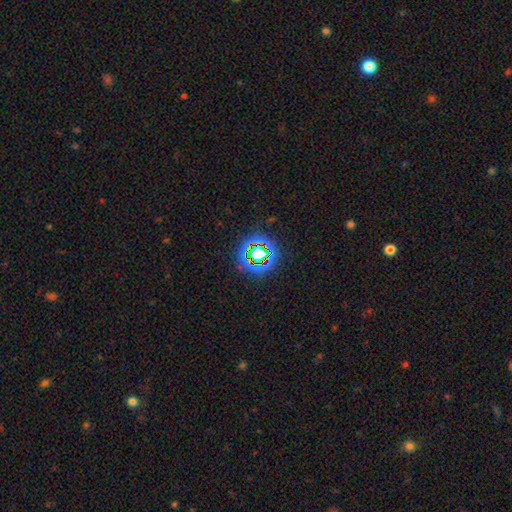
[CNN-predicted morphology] Smooth or featured? star or artifact (68%)